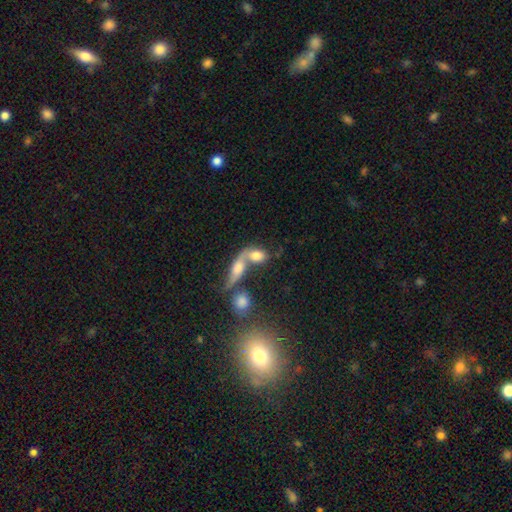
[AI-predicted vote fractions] Smooth or featured: smooth — 65% (featured or disk — 24%)
How rounded: in between — 71% (round — 20%)
Merging: merger — 62% (none — 22%)